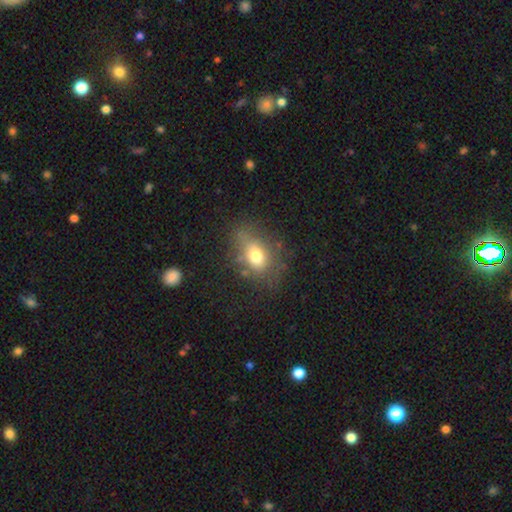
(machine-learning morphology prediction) This appears to be a smooth galaxy with no disk features (69%) that is in between round and cigar-shaped (69%). Merging: none (67%).